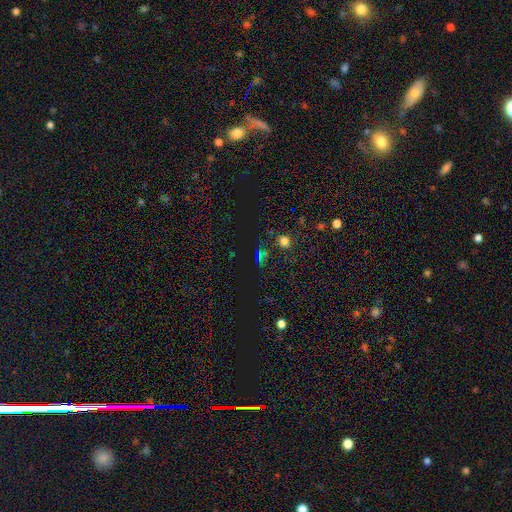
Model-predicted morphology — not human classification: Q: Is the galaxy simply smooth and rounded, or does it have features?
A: star or artifact — 65%.